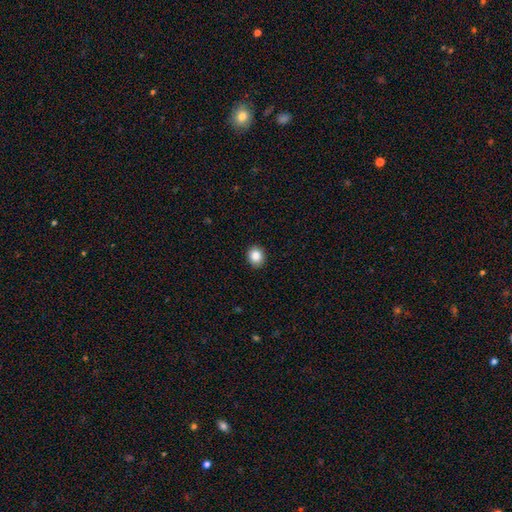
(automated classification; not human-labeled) Smooth or featured?
  - smooth: 86% *
  - star or artifact: 10%
  - featured or disk: 4%
How rounded?
  - round: 72% *
  - in between: 27%
  - cigar-shaped: 1%
Merging?
  - none: 92% *
  - minor disturbance: 6%
  - major disturbance: 2%
  - merger: 1%